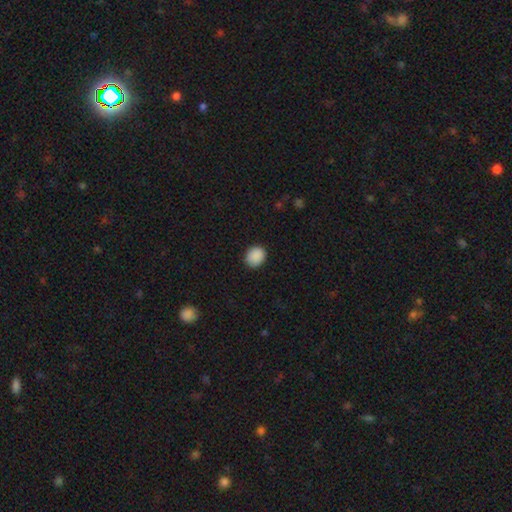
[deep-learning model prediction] Smooth or featured? Predicted: smooth (p=0.89). How rounded? Predicted: round (p=0.61). Merging? Predicted: none (p=0.88).